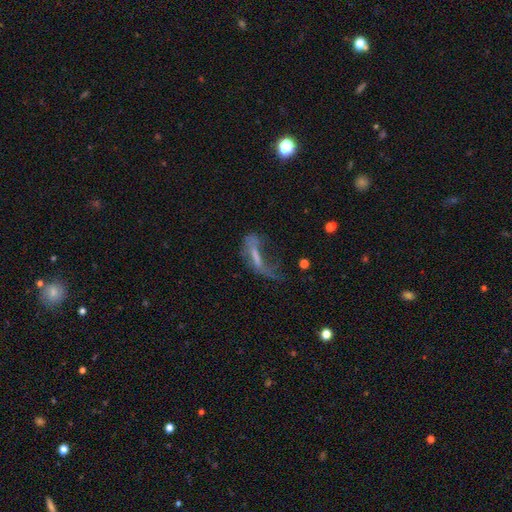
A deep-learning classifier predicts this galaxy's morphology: featured or disk 49%, smooth 37%, star or artifact 14%. Down the decision tree: merging — major disturbance (53%).